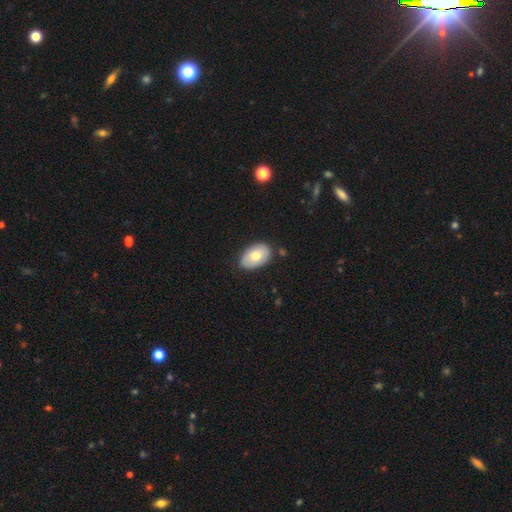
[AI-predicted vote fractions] A smooth galaxy with no disk features (72%) that is in between round and cigar-shaped (90%).

Vote fractions:
- Smooth or featured? smooth: 72% / featured or disk: 22% / star or artifact: 6%
- How rounded? in between: 90% / round: 9% / cigar-shaped: 1%
- Merging? none: 77% / minor disturbance: 17% / major disturbance: 3% / merger: 2%